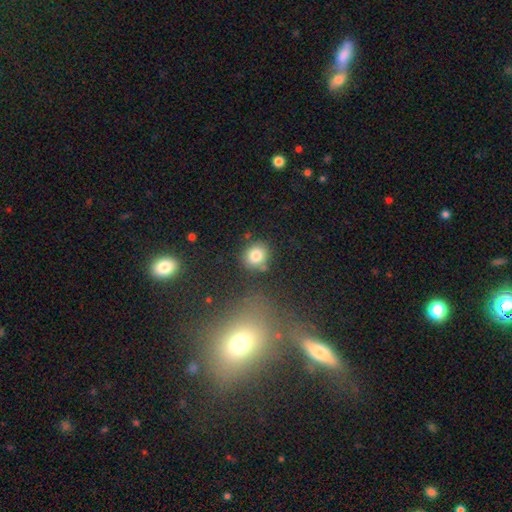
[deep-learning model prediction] Smooth or featured? smooth (83%)
How rounded? round (81%)
Merging? none (78%)